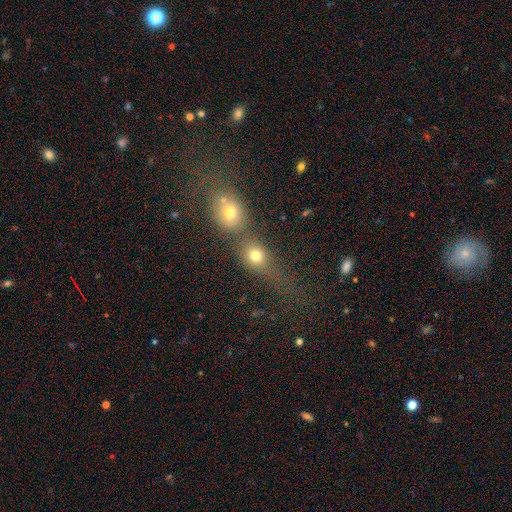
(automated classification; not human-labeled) This appears to be a smooth galaxy with no disk features (73%) that is round (65%). Merging: merger (49%).